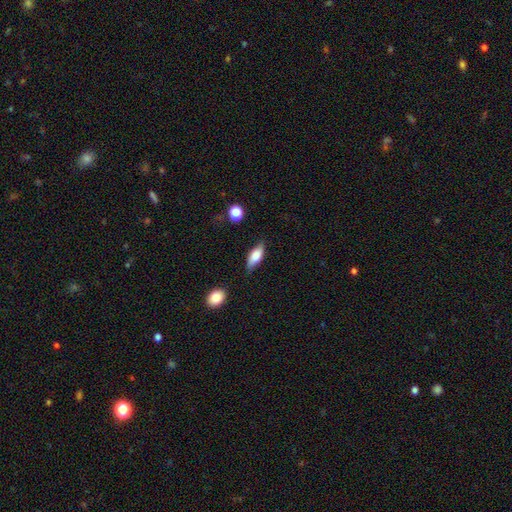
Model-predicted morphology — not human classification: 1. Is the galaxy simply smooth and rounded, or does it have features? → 70% smooth, 23% featured or disk, 7% star or artifact.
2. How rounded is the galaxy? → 76% in between, 21% cigar-shaped, 4% round.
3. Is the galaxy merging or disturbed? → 74% none, 19% minor disturbance, 4% major disturbance, 2% merger.